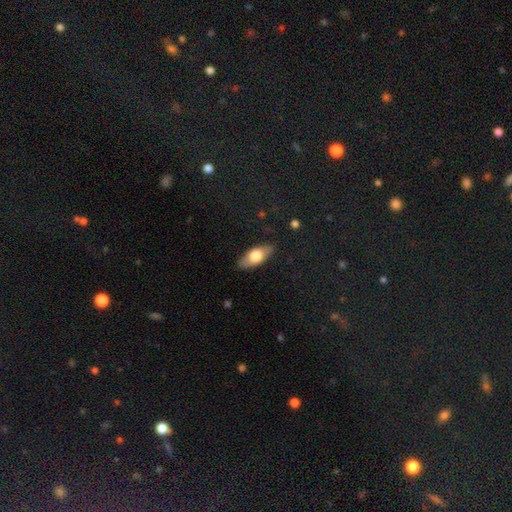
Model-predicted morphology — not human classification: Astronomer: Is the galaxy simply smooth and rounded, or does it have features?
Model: smooth — 66%.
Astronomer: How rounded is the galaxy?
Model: in between — 82%.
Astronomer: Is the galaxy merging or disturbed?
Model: none — 86%.